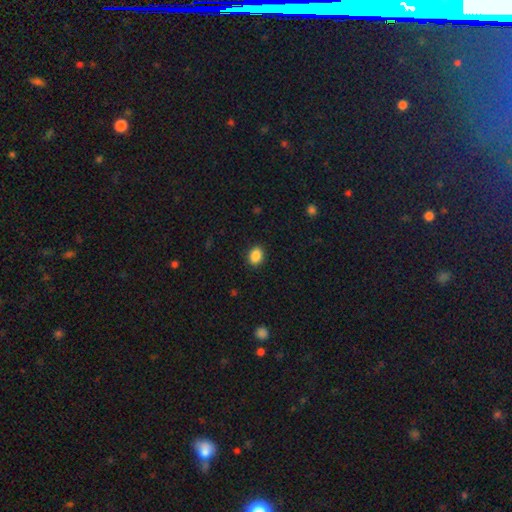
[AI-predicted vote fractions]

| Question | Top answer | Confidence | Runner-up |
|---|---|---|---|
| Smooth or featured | smooth | 88% | star or artifact (9%) |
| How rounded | in between | 56% | round (43%) |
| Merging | none | 90% | minor disturbance (7%) |